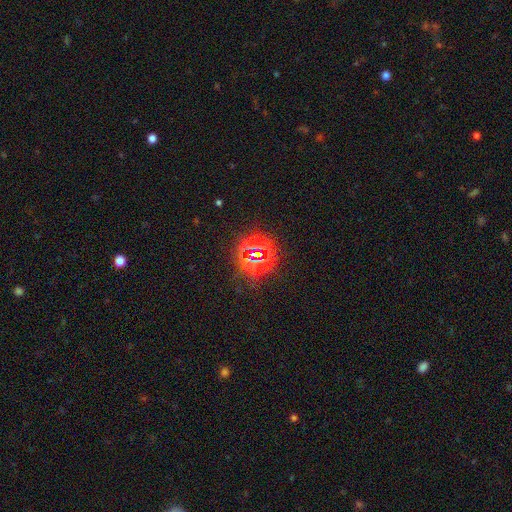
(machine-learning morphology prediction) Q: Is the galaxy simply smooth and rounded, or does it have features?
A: star or artifact — 80%.